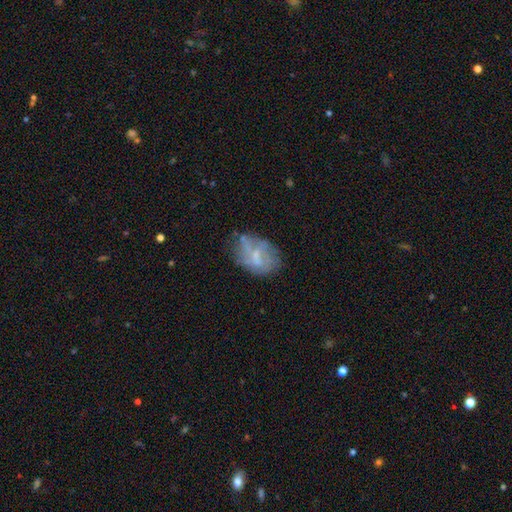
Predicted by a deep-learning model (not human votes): Smooth or featured? featured or disk (55%)
Edge-on disk? no (97%)
Bar? no (48%)
Spiral arms? no (59%)
Bulge size? small (48%)
Merging? none (52%)